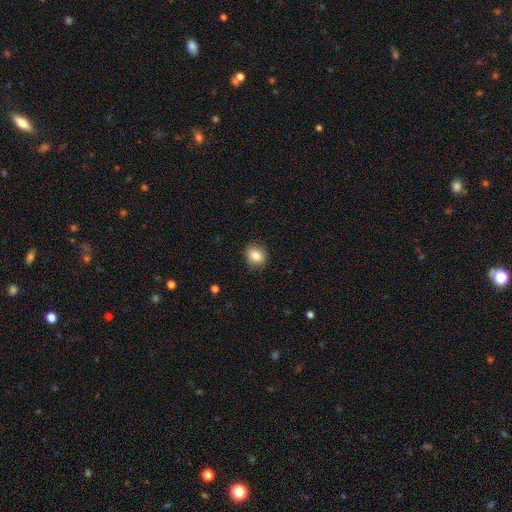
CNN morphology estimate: type=smooth (84%); roundness=round (67%); merging=none (87%).